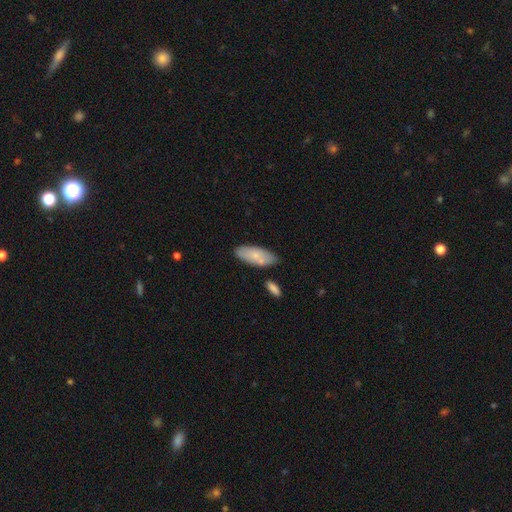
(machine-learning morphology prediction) Smooth or featured? smooth (75%)
How rounded? in between (84%)
Merging? none (72%)